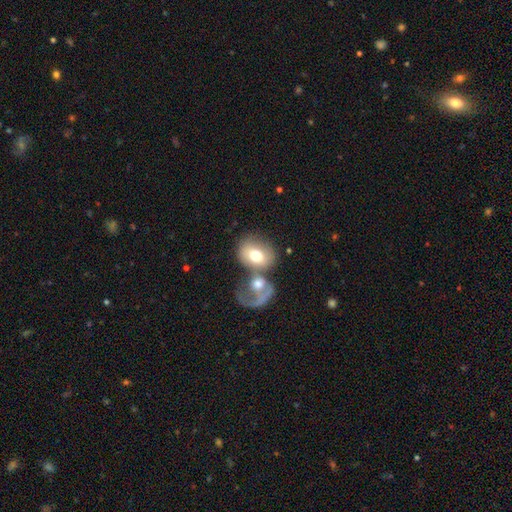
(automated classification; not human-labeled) This appears to be a smooth galaxy with no disk features (60%) that is round (51%). Merging: merger (51%).